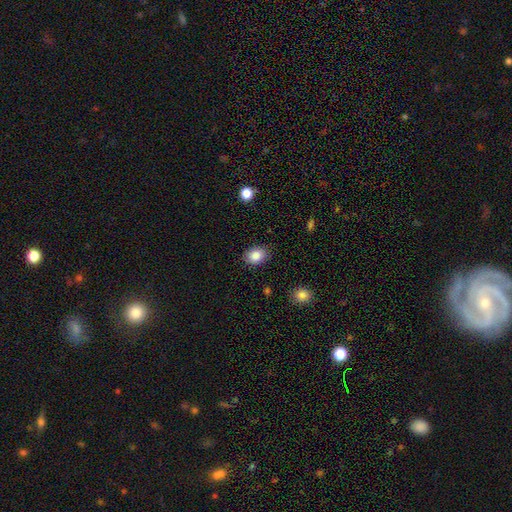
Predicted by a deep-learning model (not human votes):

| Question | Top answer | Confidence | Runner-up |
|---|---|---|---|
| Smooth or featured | smooth | 86% | star or artifact (9%) |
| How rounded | in between | 66% | round (33%) |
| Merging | none | 85% | minor disturbance (11%) |